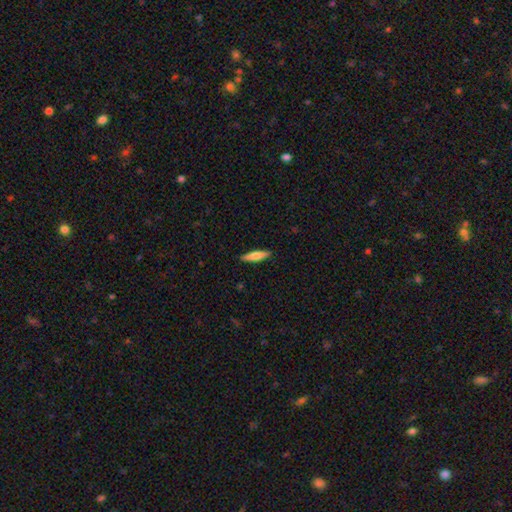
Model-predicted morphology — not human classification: type=smooth (70%); roundness=cigar-shaped (79%); merging=none (90%).